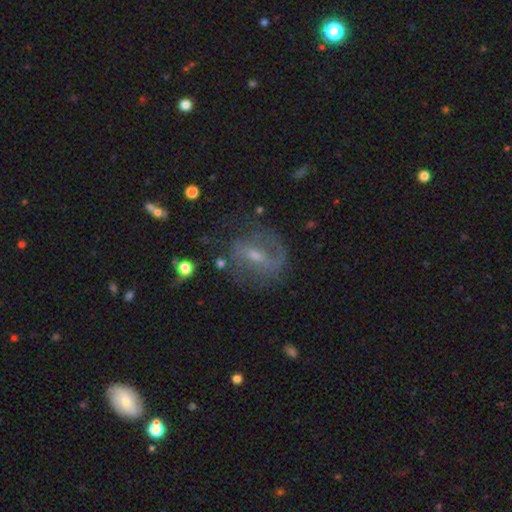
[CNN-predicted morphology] Smooth or featured: featured or disk — 68% (smooth — 21%)
Edge-on disk: no — 94% (yes — 6%)
Bar: weak — 46% (strong — 29%)
Spiral arms: yes — 76% (no — 24%)
Bulge size: small — 57% (moderate — 36%)
Merging: none — 60% (minor disturbance — 21%)